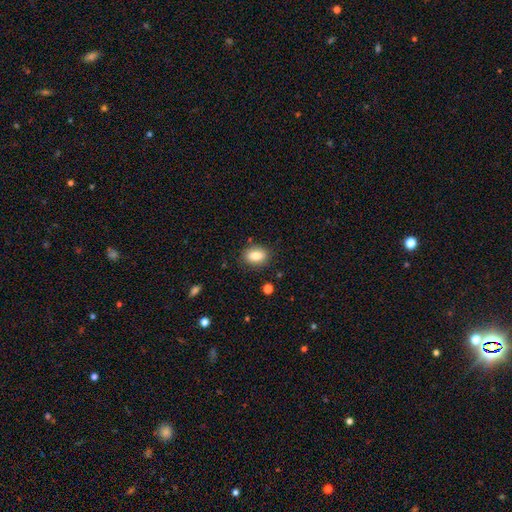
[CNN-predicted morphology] A smooth galaxy with no disk features (84%) that is in between round and cigar-shaped (76%). Merging: none (85%).